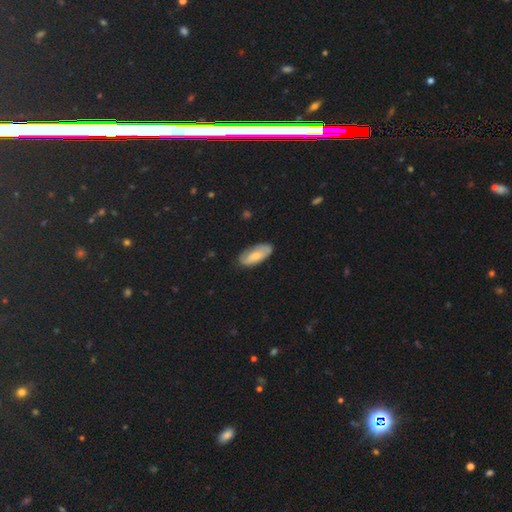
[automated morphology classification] Smooth or featured: smooth — 64% (featured or disk — 30%)
How rounded: in between — 86% (cigar-shaped — 11%)
Merging: none — 75% (minor disturbance — 20%)